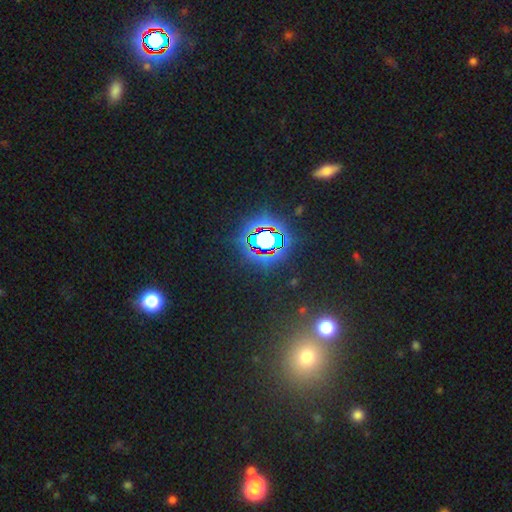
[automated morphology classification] This appears to be a star or artifact, not a galaxy (79%).